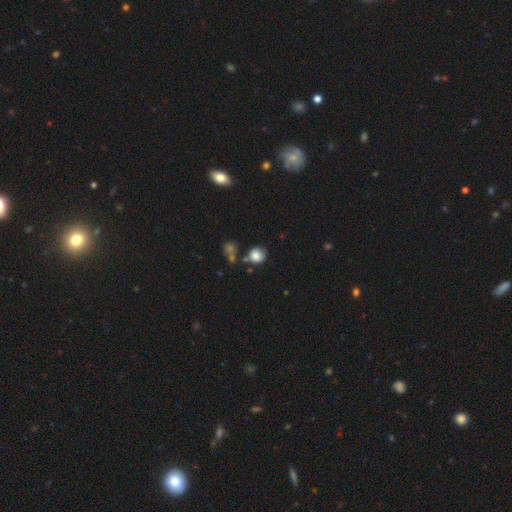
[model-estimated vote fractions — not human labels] Smooth or featured?
  - smooth: 83% *
  - star or artifact: 10%
  - featured or disk: 7%
How rounded?
  - round: 85% *
  - in between: 14%
  - cigar-shaped: 1%
Merging?
  - none: 65% *
  - minor disturbance: 18%
  - merger: 11%
  - major disturbance: 6%